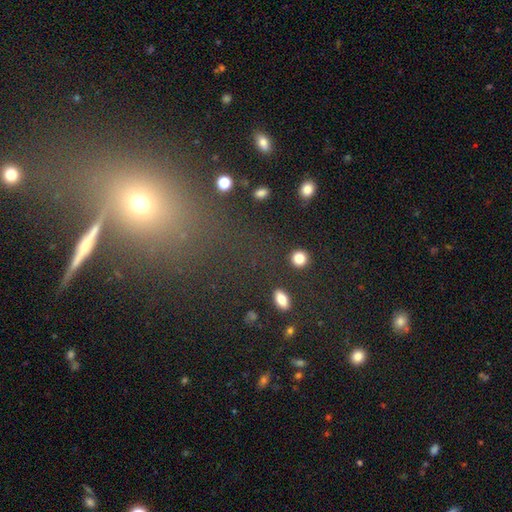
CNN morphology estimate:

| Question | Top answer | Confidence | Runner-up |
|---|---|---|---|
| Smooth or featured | star or artifact | 44% | smooth (41%) |